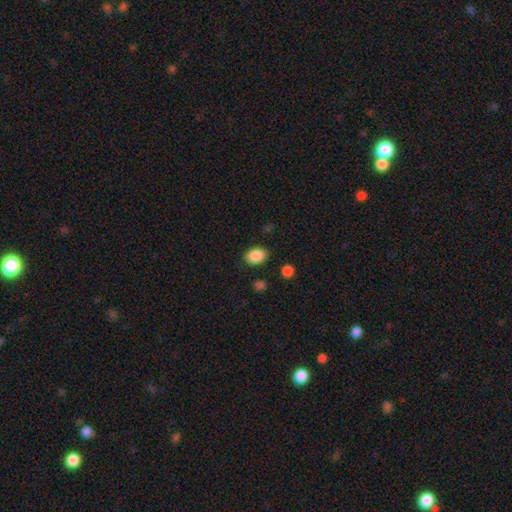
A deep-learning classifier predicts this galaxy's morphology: A smooth galaxy with no disk features (88%) that is in between round and cigar-shaped (77%).

Vote fractions:
- Smooth or featured? smooth: 88% / star or artifact: 8% / featured or disk: 4%
- How rounded? in between: 77% / round: 22% / cigar-shaped: 1%
- Merging? none: 84% / minor disturbance: 11% / major disturbance: 3% / merger: 2%